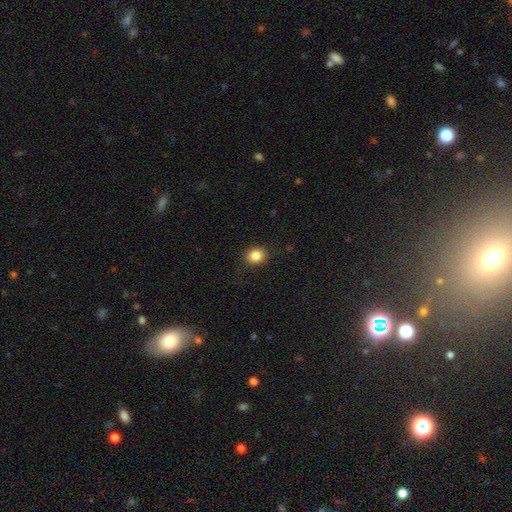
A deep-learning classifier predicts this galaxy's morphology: Smooth or featured?
  - smooth: 84% *
  - star or artifact: 10%
  - featured or disk: 5%
How rounded?
  - round: 63% *
  - in between: 36%
  - cigar-shaped: 1%
Merging?
  - none: 86% *
  - minor disturbance: 10%
  - major disturbance: 3%
  - merger: 1%